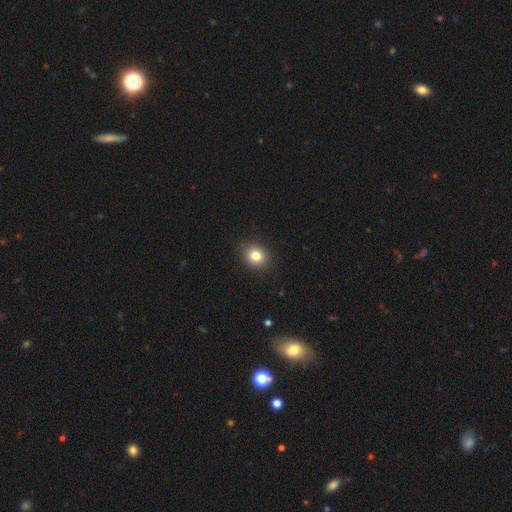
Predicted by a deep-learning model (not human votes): The model was most divided on "how rounded": round: 66%, in between: 33%, cigar-shaped: 1%. More confident: merging — none (89%); smooth or featured — smooth (82%).